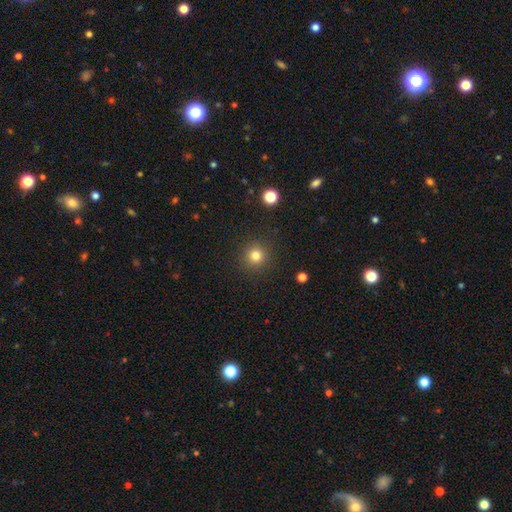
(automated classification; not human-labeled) smooth_or_featured: smooth (p=0.80) [alt: star or artifact p=0.14]
how_rounded: round (p=0.95) [alt: in between p=0.05]
merging: none (p=0.91) [alt: minor disturbance p=0.05]